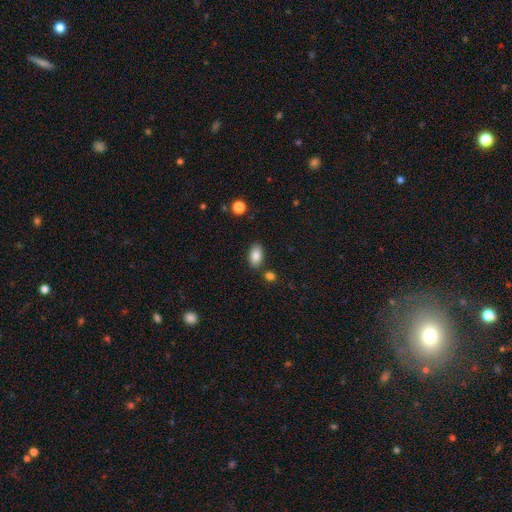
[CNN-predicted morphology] smooth_or_featured: smooth (p=0.85) [alt: star or artifact p=0.08]
how_rounded: in between (p=0.92) [alt: round p=0.06]
merging: none (p=0.82) [alt: minor disturbance p=0.10]